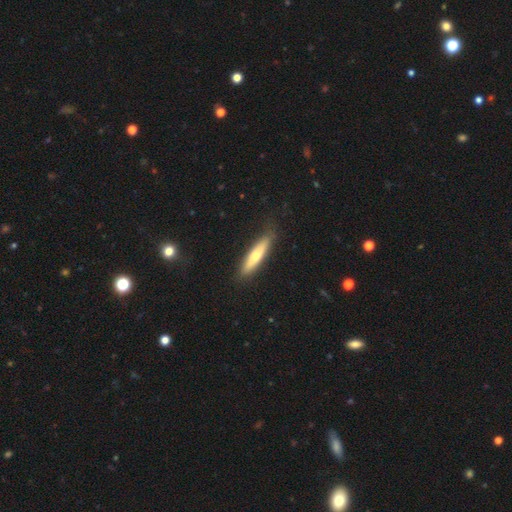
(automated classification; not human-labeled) A smooth galaxy with no disk features (62%) that is cigar-shaped (80%).

Vote fractions:
- Smooth or featured? smooth: 62% / featured or disk: 32% / star or artifact: 5%
- How rounded? cigar-shaped: 80% / in between: 18% / round: 1%
- Merging? none: 84% / minor disturbance: 12% / major disturbance: 3% / merger: 1%